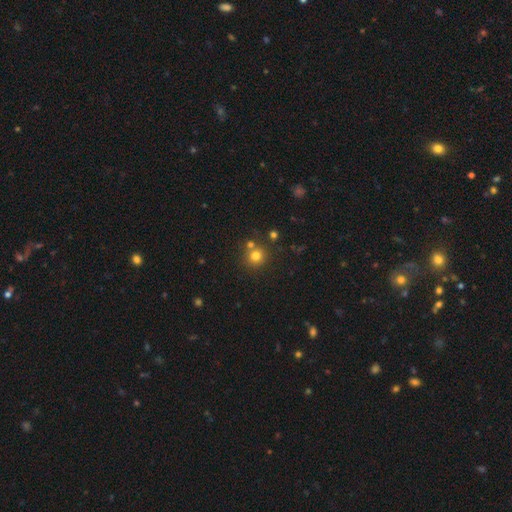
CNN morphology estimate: A smooth galaxy with no disk features (77%) that is round (91%). Merging: none (71%).